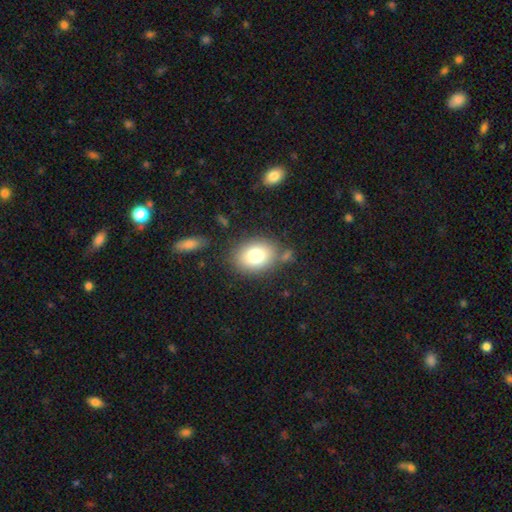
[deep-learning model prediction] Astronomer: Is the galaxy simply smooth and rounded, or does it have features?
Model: smooth — 78%.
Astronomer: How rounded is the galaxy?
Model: in between — 61% (runner-up: round, 38%).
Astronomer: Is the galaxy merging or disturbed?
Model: none — 77%.